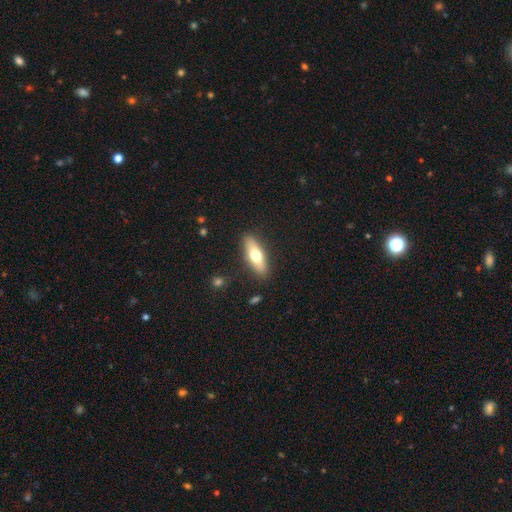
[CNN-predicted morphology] smooth 63%, featured or disk 32%, star or artifact 6%. Down the decision tree: how rounded — in between (52%); merging — none (87%).